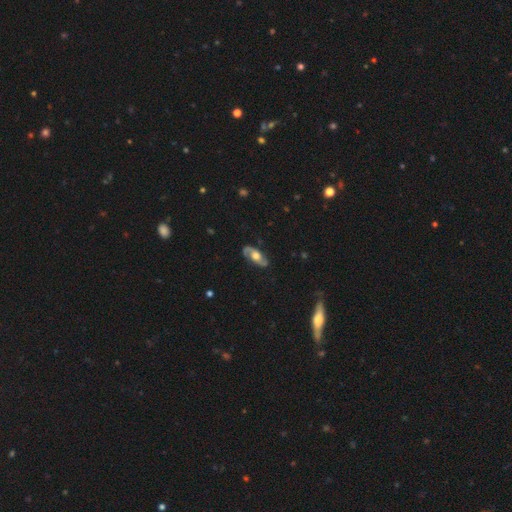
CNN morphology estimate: This is likely a featured or disk galaxy (77%). It is clearly not viewed edge-on (90%). Bar: likely no (68%). Spiral arm pattern: clearly yes (89%). Spiral arm count: clearly 2 (90%). Spiral winding: possibly medium (47%). Central bulge: possibly moderate (59%). Merging: clearly none (82%).